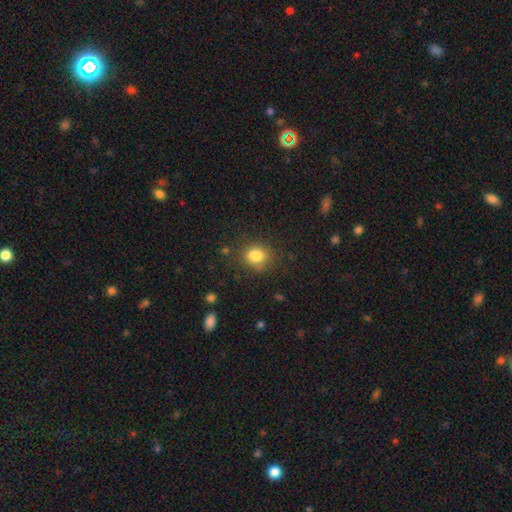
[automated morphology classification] Smooth or featured?
  - smooth: 83% *
  - star or artifact: 11%
  - featured or disk: 6%
How rounded?
  - round: 66% *
  - in between: 33%
  - cigar-shaped: 1%
Merging?
  - none: 75% *
  - minor disturbance: 17%
  - major disturbance: 6%
  - merger: 3%